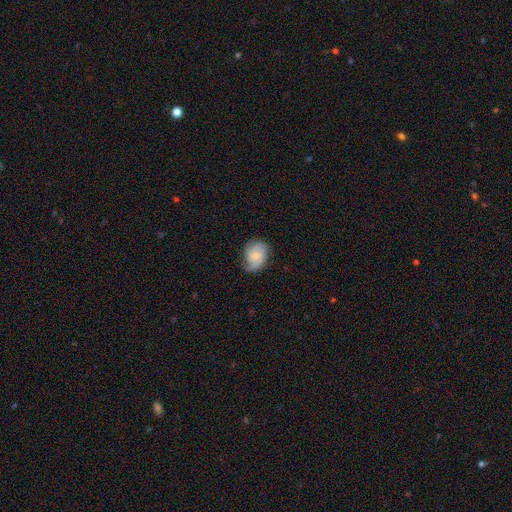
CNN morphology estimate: type=featured or disk (65%); edge-on=no (97%); bar=no (65%); spiral arms=yes (93%); winding=medium (43%); arm count=2 (61%); bulge=small (59%); merging=none (66%).